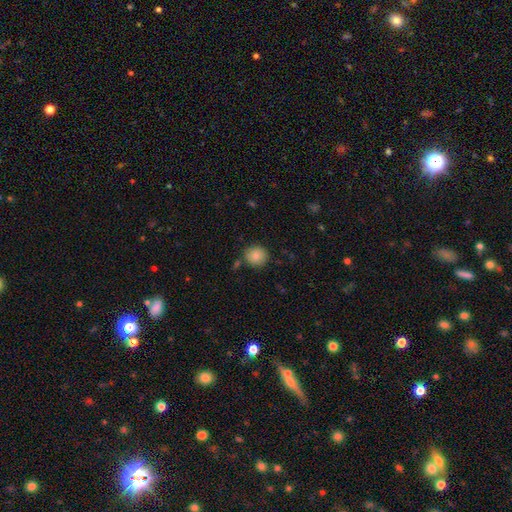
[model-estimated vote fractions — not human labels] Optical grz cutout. It shows a smooth galaxy with no disk features (87%) that is round (88%). Merging: none (82%).